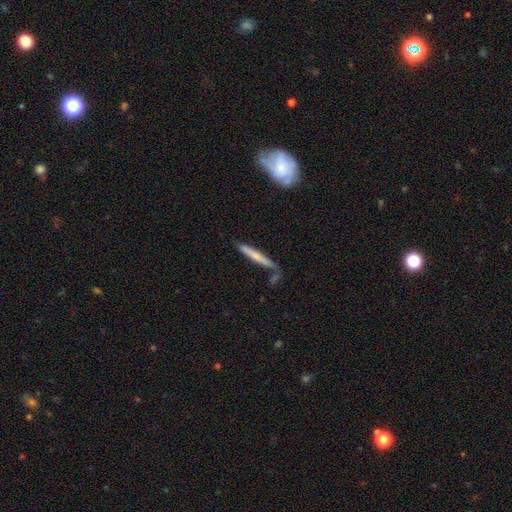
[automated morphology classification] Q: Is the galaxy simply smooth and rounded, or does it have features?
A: smooth — 57%.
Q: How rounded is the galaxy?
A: cigar-shaped — 95%.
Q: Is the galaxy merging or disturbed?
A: none — 71%.